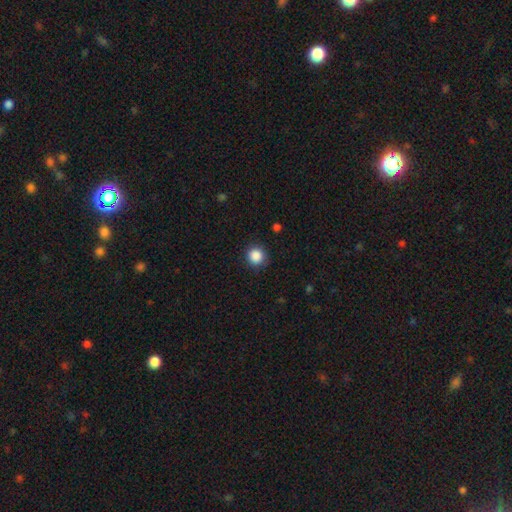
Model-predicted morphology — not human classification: Overall: smooth (87%). How rounded: round (93%). Merging: none (88%).